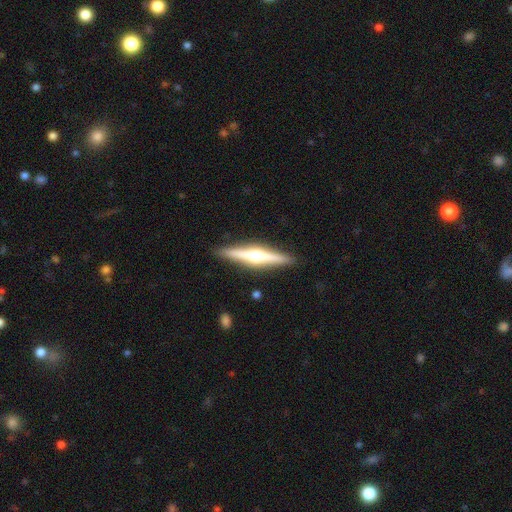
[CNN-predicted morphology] This appears to be a featured or disk galaxy (74%) viewed edge-on (98%) with a rounded central bulge (91%). Merging: none (91%).